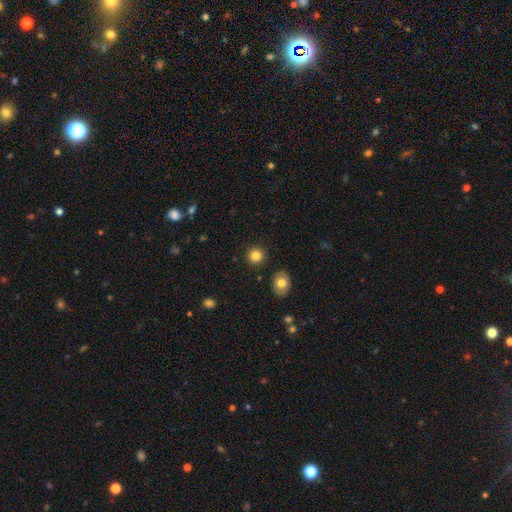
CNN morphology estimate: smooth 83%, star or artifact 11%, featured or disk 6%. Down the decision tree: how rounded — round (90%); merging — none (90%).